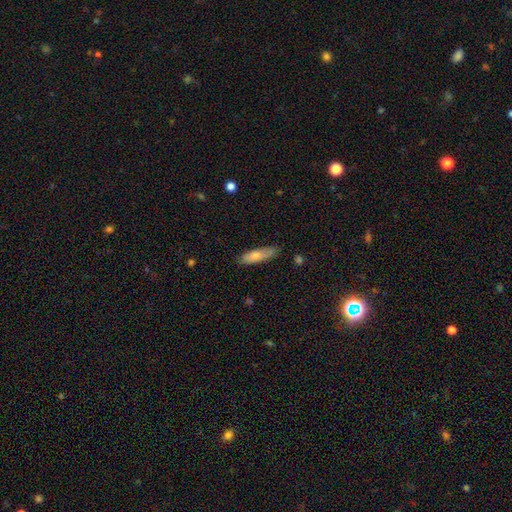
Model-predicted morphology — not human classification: smooth 71%, featured or disk 22%, star or artifact 6%. Down the decision tree: how rounded — cigar-shaped (58%); merging — none (78%).